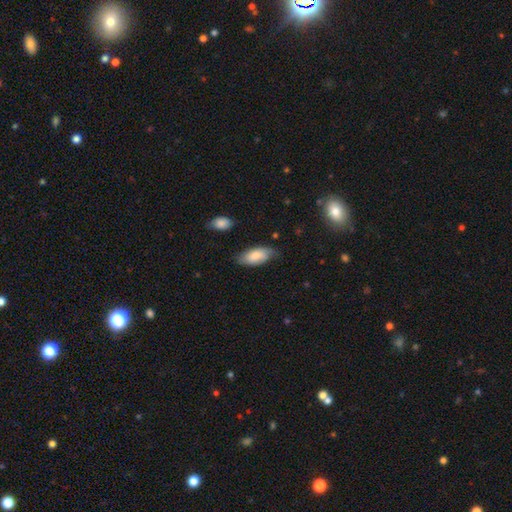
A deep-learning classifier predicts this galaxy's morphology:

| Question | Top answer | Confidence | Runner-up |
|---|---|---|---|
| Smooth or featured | smooth | 75% | featured or disk (18%) |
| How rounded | in between | 91% | cigar-shaped (7%) |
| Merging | none | 68% | minor disturbance (25%) |